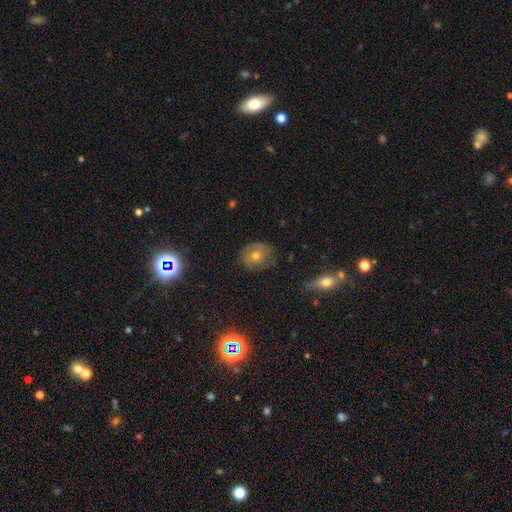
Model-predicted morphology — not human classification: Smooth or featured? smooth (45%)
Merging? none (73%)